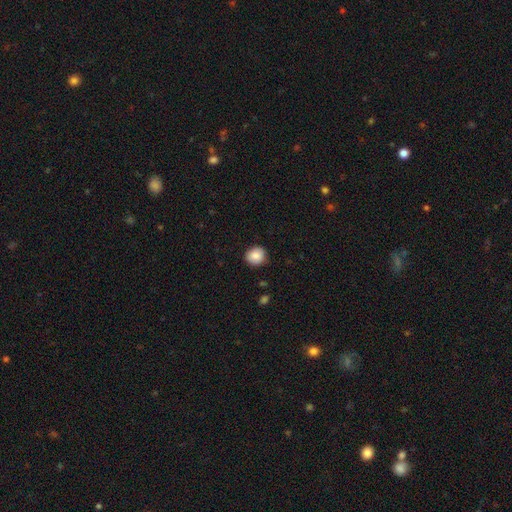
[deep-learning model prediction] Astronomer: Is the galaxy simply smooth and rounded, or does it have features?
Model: smooth — 87%.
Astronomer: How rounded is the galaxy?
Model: round — 85%.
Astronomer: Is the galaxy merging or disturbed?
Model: none — 89%.